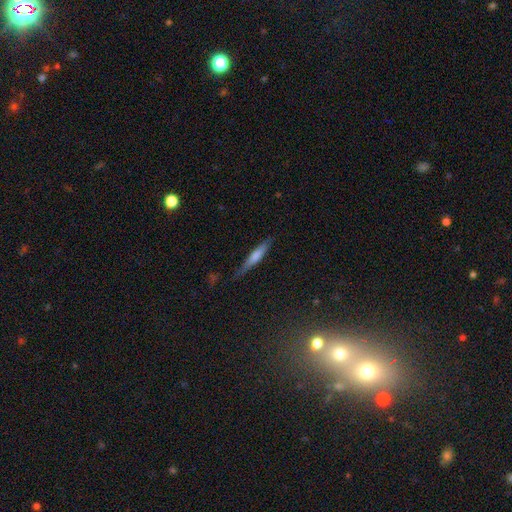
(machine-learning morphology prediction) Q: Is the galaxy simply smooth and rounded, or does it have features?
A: smooth — 46%.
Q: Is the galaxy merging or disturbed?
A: none — 76%.